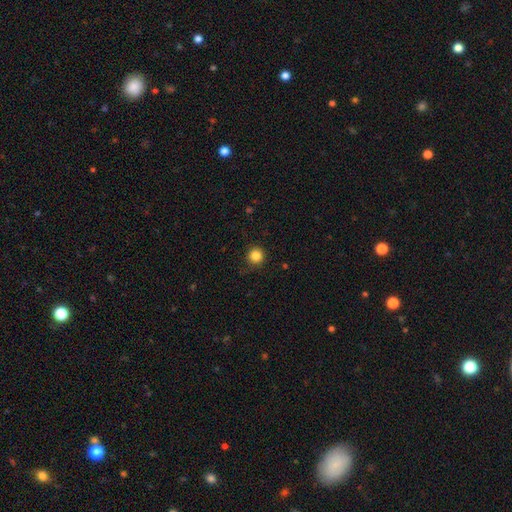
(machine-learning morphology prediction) Smooth or featured? Predicted: smooth (p=0.84). How rounded? Predicted: round (p=0.95). Merging? Predicted: none (p=0.85).